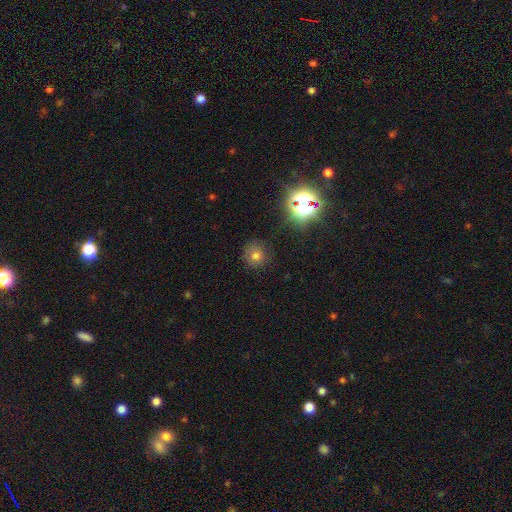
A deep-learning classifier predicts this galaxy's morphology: Overall: smooth (68%). How rounded: round (89%). Merging: none (84%).